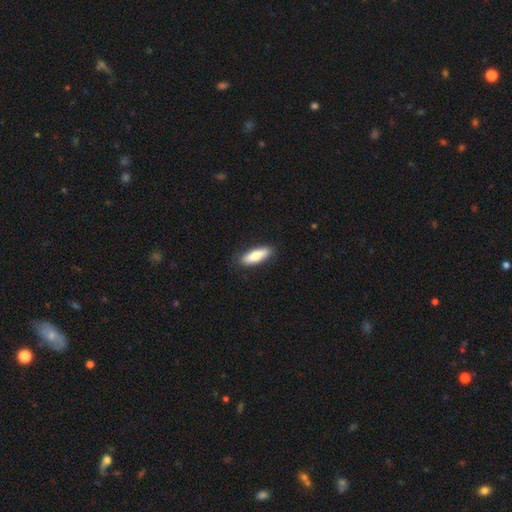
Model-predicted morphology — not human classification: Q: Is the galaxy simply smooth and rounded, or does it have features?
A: smooth — 74%.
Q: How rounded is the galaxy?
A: in between — 51%.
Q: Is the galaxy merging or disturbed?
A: none — 86%.